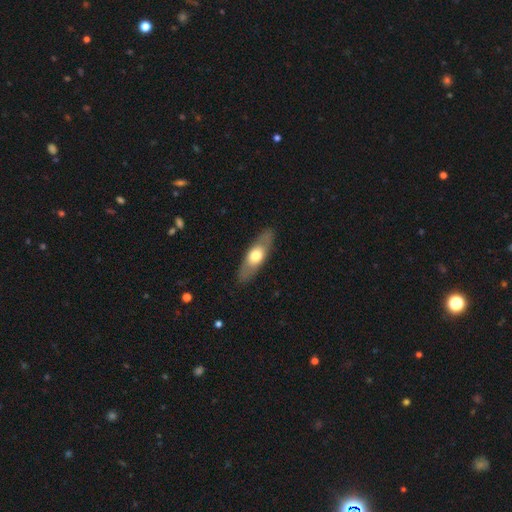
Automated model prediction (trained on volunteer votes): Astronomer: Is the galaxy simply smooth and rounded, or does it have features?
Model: smooth — 54% (runner-up: featured or disk, 41%).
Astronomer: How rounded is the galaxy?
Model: in between — 55% (runner-up: cigar-shaped, 41%).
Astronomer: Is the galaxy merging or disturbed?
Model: none — 86%.